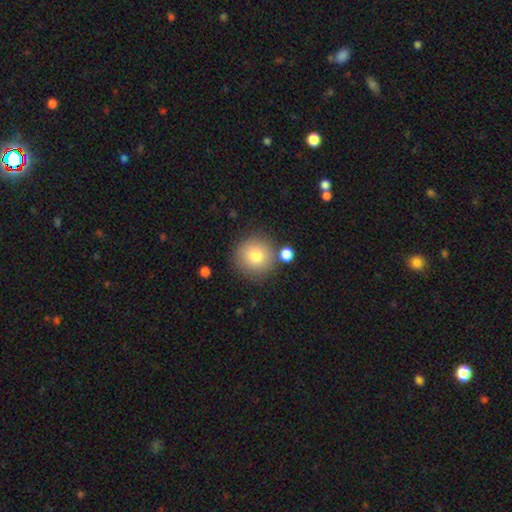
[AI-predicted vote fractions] smooth-or-featured: smooth: 80% | featured or disk: 11% | star or artifact: 9%
  how-rounded: round: 95% | in between: 4% | cigar-shaped: 1%
  merging: none: 79% | minor disturbance: 9% | merger: 8% | major disturbance: 3%